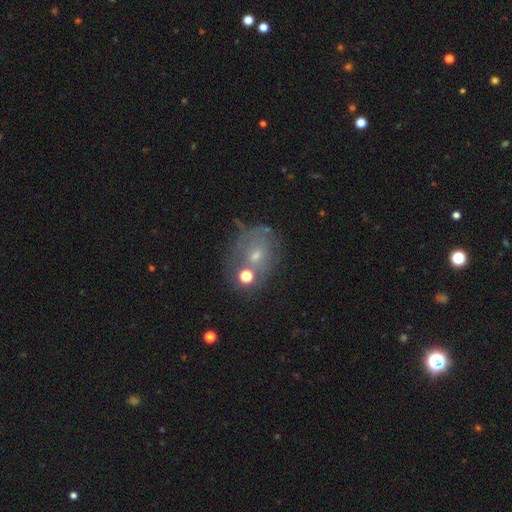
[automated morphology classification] Smooth or featured?
  - featured or disk: 39% *
  - smooth: 38%
  - star or artifact: 23%
Merging?
  - none: 50% *
  - minor disturbance: 19%
  - merger: 18%
  - major disturbance: 13%